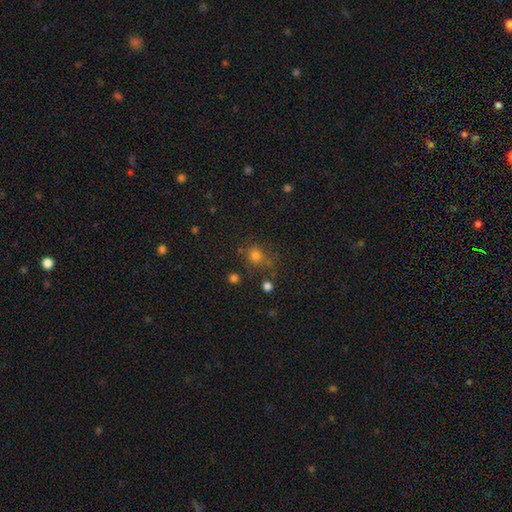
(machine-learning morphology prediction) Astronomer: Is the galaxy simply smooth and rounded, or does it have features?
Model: smooth — 68%.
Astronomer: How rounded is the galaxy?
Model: round — 83%.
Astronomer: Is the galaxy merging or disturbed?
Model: none — 70%.